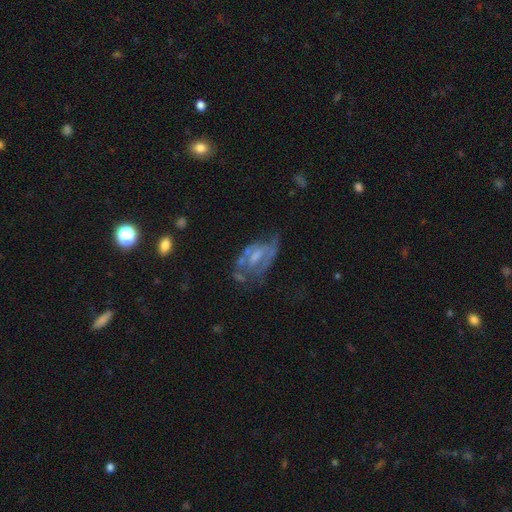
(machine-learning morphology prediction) This appears to be a featured or disk galaxy (69%) with no bar (43%), spiral arms (54%) and a moderate central bulge (34%). Merging: none (39%).